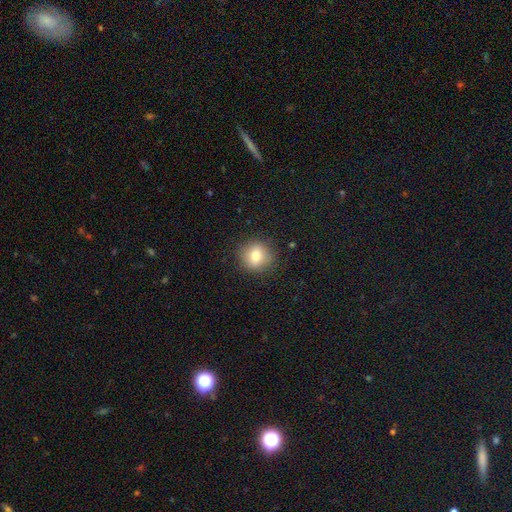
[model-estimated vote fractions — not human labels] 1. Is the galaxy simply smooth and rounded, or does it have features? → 78% smooth, 13% featured or disk, 10% star or artifact.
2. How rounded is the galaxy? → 84% round, 15% in between, 1% cigar-shaped.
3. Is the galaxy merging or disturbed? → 87% none, 9% minor disturbance, 3% major disturbance, 1% merger.